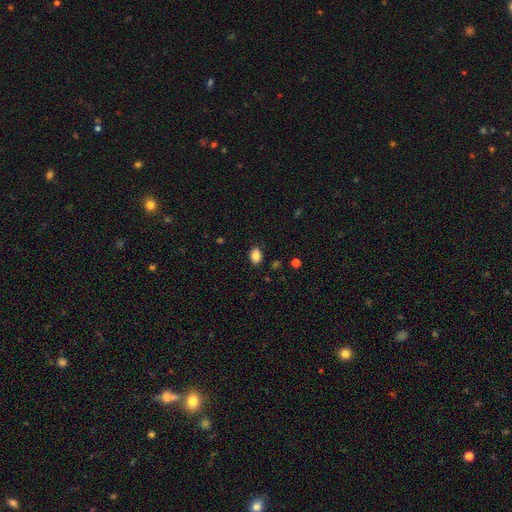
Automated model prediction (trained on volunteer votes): The model was most divided on "how rounded": in between: 74%, round: 25%, cigar-shaped: 1%. More confident: merging — none (88%); smooth or featured — smooth (86%).